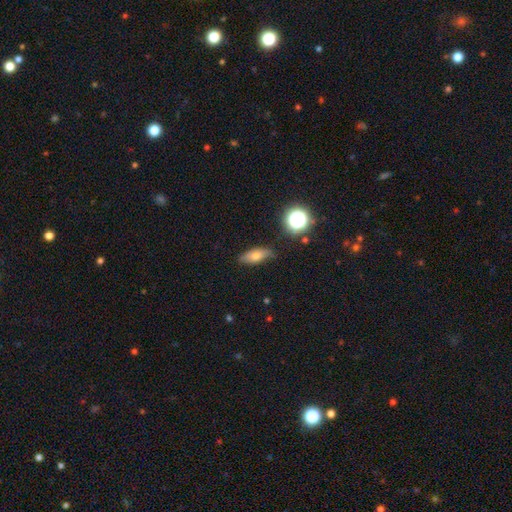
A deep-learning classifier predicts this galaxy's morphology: A smooth galaxy with no disk features (66%) that is in between round and cigar-shaped (70%). Merging: none (77%).